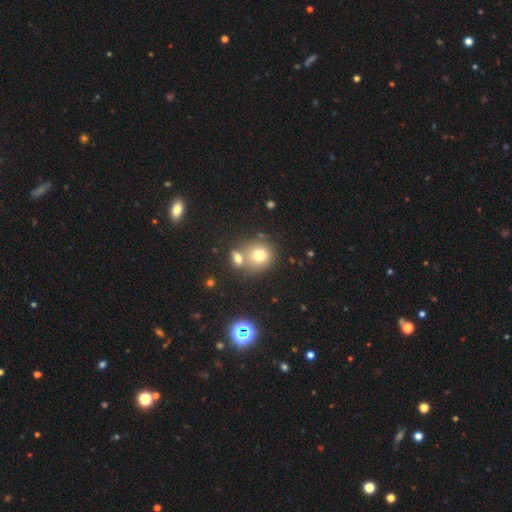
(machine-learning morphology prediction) The model was most divided on "merging": none: 57%, merger: 31%, minor disturbance: 9%, major disturbance: 4%. More confident: how rounded — round (86%); smooth or featured — smooth (64%).